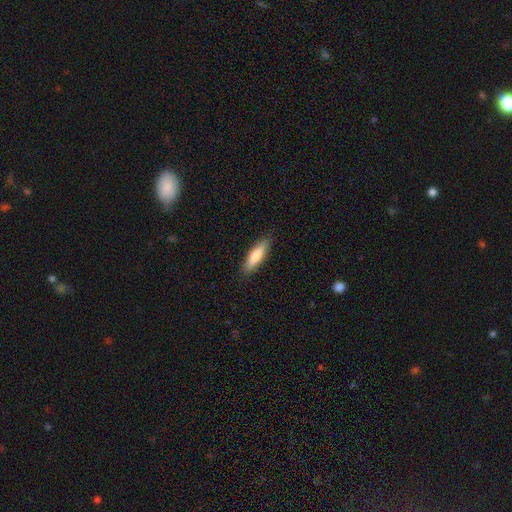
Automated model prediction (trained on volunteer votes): Q: Smooth or featured?
A: smooth (76%); runner-up: featured or disk (18%)
Q: How rounded?
A: cigar-shaped (64%); runner-up: in between (34%)
Q: Merging?
A: none (87%); runner-up: minor disturbance (9%)